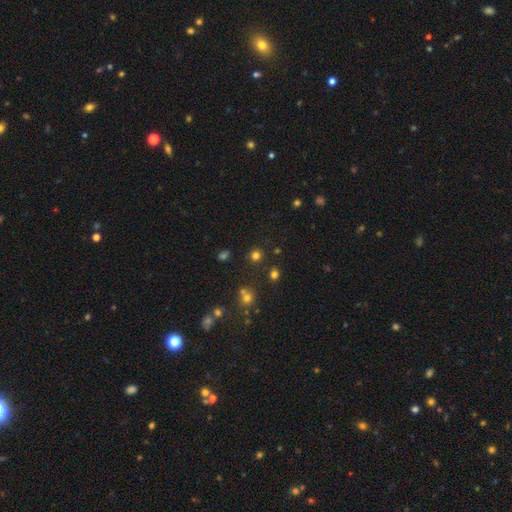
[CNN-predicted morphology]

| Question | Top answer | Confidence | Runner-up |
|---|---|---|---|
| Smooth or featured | smooth | 71% | star or artifact (23%) |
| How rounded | round | 90% | in between (9%) |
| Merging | none | 86% | minor disturbance (7%) |